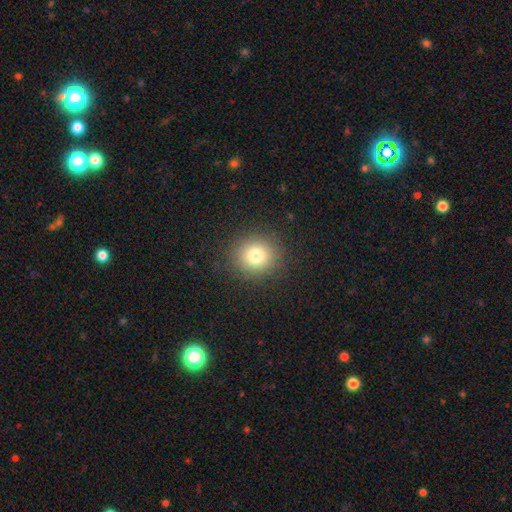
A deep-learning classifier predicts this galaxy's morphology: This is likely a smooth galaxy (78%). How rounded: clearly round (87%). Merging: clearly none (89%).